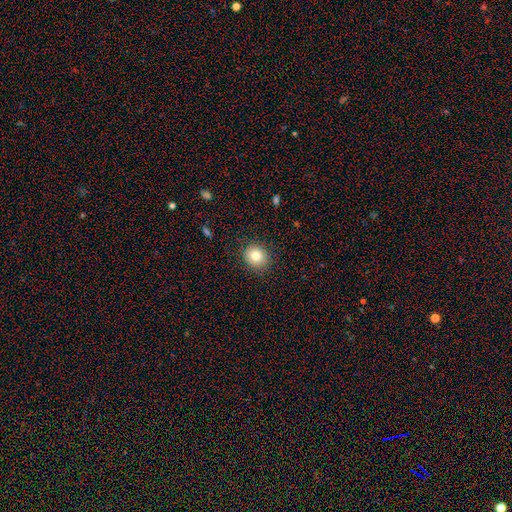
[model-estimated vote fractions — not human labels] Smooth or featured? Predicted: smooth (p=0.80). How rounded? Predicted: round (p=0.80). Merging? Predicted: none (p=0.88).